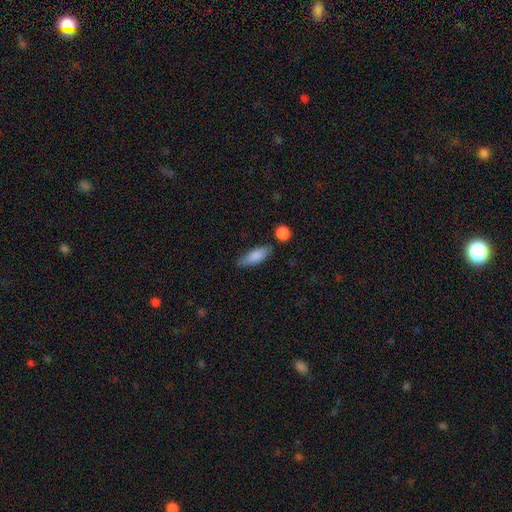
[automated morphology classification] This is clearly a smooth galaxy (84%). How rounded: likely in between (66%). Merging: likely none (73%).